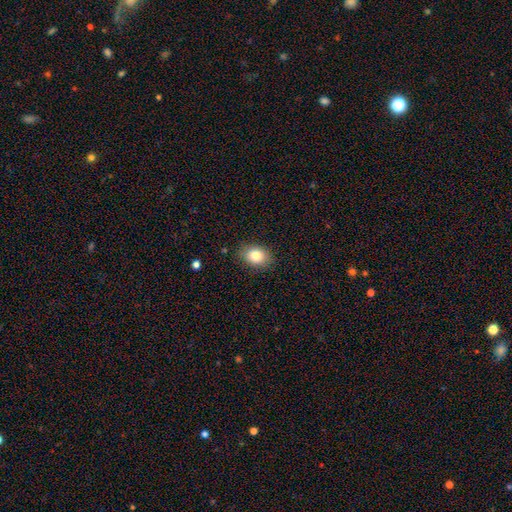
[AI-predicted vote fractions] Smooth or featured: smooth — 83% (star or artifact — 8%)
How rounded: in between — 74% (round — 25%)
Merging: none — 85% (minor disturbance — 11%)